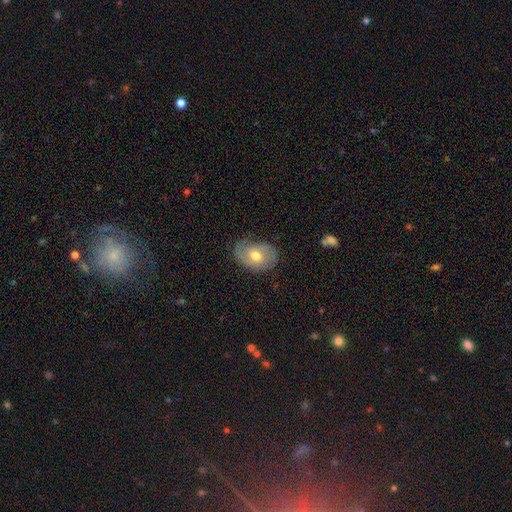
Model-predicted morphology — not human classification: type=featured or disk (53%); edge-on=no (95%); bar=no (61%); spiral arms=yes (76%); bulge=moderate (74%); merging=none (67%).